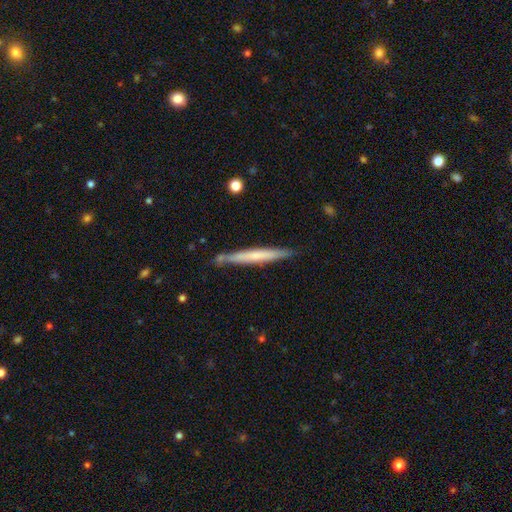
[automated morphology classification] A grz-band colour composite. It shows a smooth galaxy with no disk features (51%) that is cigar-shaped (97%). Merging: none (83%).